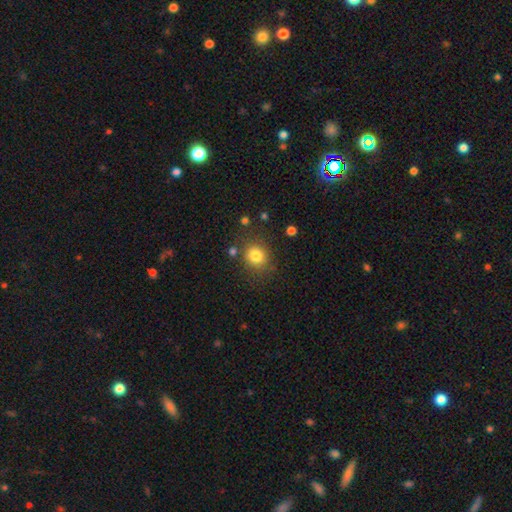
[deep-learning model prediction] smooth 81%, star or artifact 12%, featured or disk 7%. Down the decision tree: how rounded — round (76%); merging — none (80%).